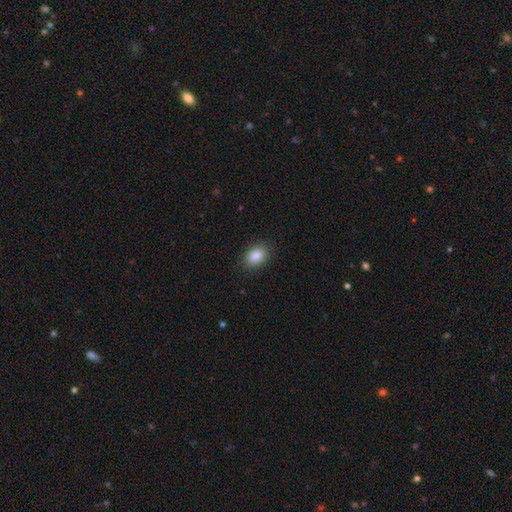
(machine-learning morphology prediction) Overall: smooth (87%). How rounded: in between (73%). Merging: none (87%).